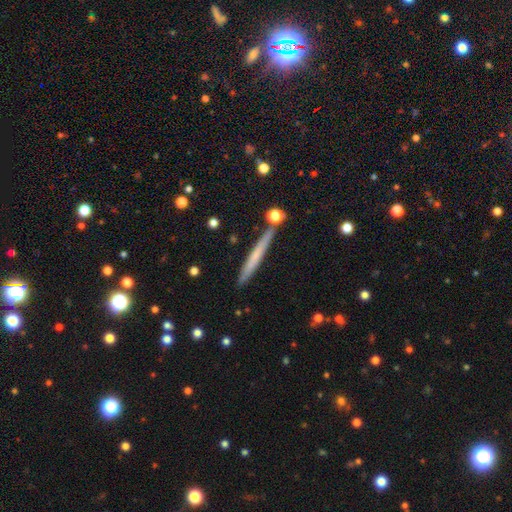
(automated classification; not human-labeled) A smooth galaxy with no disk features (55%) that is cigar-shaped (97%). Merging: none (86%).